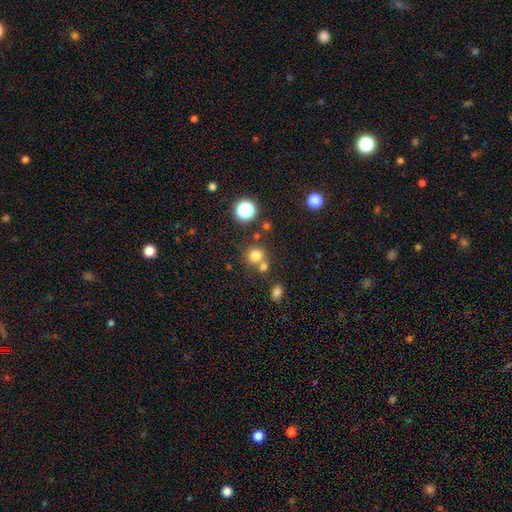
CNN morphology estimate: smooth 76%, star or artifact 17%, featured or disk 8%. Down the decision tree: how rounded — round (89%); merging — none (62%).